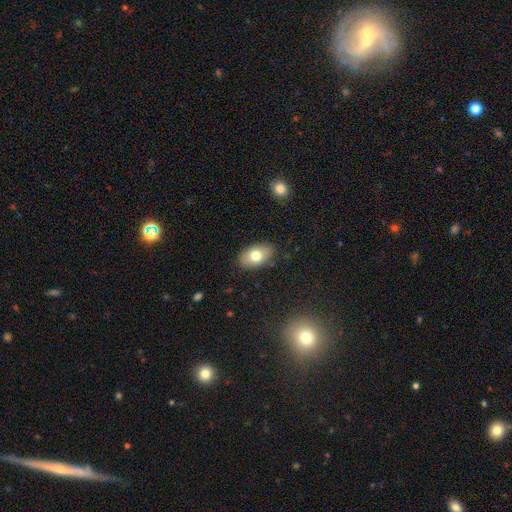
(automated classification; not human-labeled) A smooth galaxy with no disk features (76%) that is in between round and cigar-shaped (91%).

Vote fractions:
- Smooth or featured? smooth: 76% / featured or disk: 17% / star or artifact: 7%
- How rounded? in between: 91% / round: 7% / cigar-shaped: 1%
- Merging? none: 86% / minor disturbance: 10% / major disturbance: 2% / merger: 1%